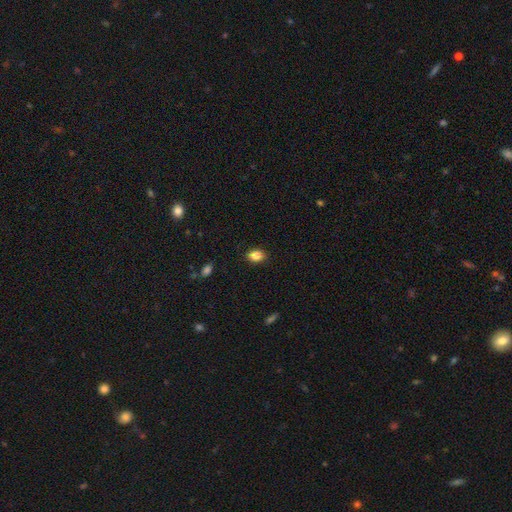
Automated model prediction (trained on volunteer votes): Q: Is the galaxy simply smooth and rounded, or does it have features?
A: smooth — 86%.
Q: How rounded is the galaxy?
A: in between — 71%.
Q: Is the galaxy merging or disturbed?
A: none — 88%.